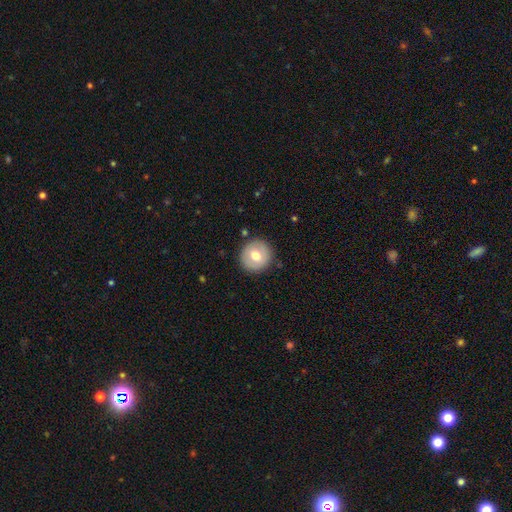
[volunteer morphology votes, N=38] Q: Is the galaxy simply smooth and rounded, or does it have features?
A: smooth — 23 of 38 (61%).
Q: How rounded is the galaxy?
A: round — 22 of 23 (96%).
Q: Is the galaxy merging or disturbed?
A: none — 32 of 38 (84%).